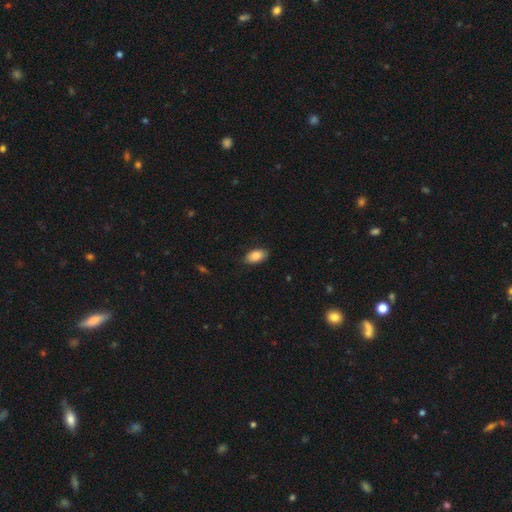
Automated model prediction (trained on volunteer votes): smooth_or_featured: smooth (p=0.84) [alt: featured or disk p=0.09]
how_rounded: in between (p=0.93) [alt: round p=0.05]
merging: none (p=0.85) [alt: minor disturbance p=0.12]